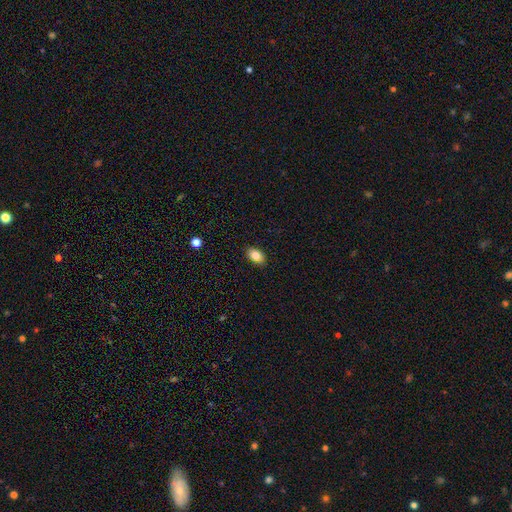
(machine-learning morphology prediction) smooth-or-featured: smooth: 83% | star or artifact: 9% | featured or disk: 8%
  how-rounded: in between: 87% | round: 11% | cigar-shaped: 1%
  merging: none: 88% | minor disturbance: 9% | major disturbance: 2% | merger: 1%